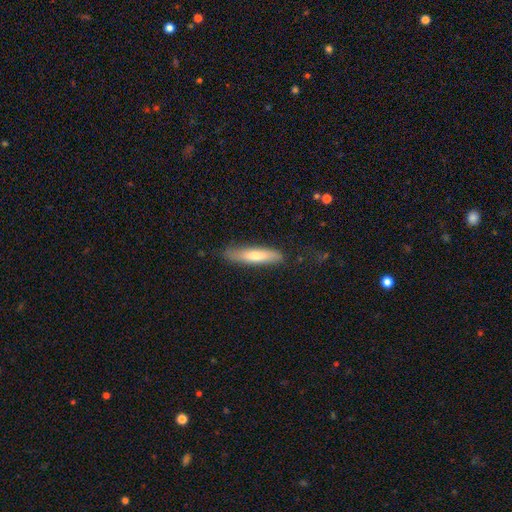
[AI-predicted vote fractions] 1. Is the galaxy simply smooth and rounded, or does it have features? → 67% smooth, 28% featured or disk, 6% star or artifact.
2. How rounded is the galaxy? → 83% cigar-shaped, 16% in between, 1% round.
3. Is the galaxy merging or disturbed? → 81% none, 14% minor disturbance, 3% major disturbance, 1% merger.